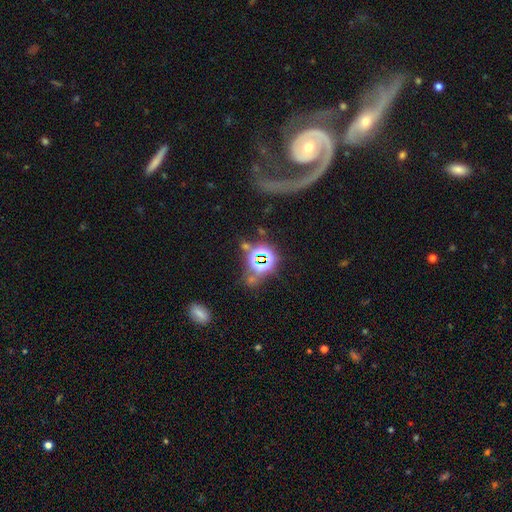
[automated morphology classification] smooth-or-featured: featured or disk: 64% | star or artifact: 18% | smooth: 18%
  disk-edge-on: no: 92% | yes: 8%
    bar: no: 52% | weak: 27% | strong: 21%
    has-spiral-arms: yes: 78% | no: 22%
    bulge-size: moderate: 44% | small: 40% | large: 7% | none: 5% | dominant: 4%
  merging: none: 52% | major disturbance: 21% | minor disturbance: 14% | merger: 12%